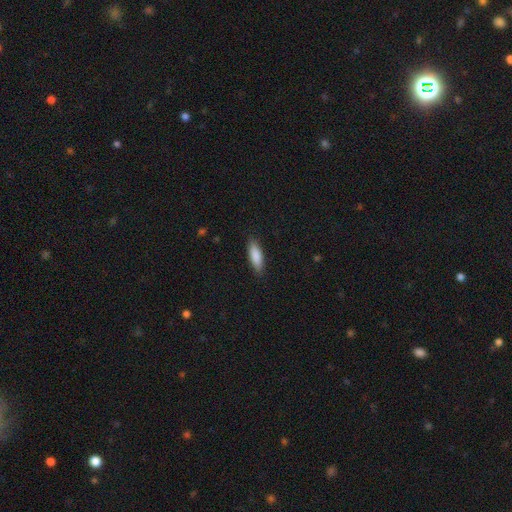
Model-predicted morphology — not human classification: type=smooth (87%); roundness=in between (56%); merging=none (87%).